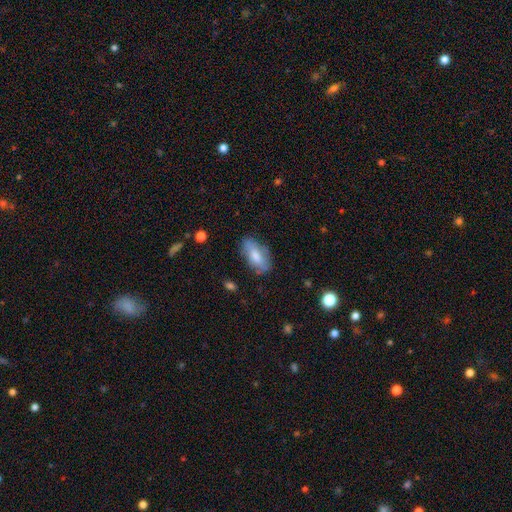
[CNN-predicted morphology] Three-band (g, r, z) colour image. It shows a smooth galaxy with no disk features (72%) that is in between round and cigar-shaped (88%). Merging: none (71%).